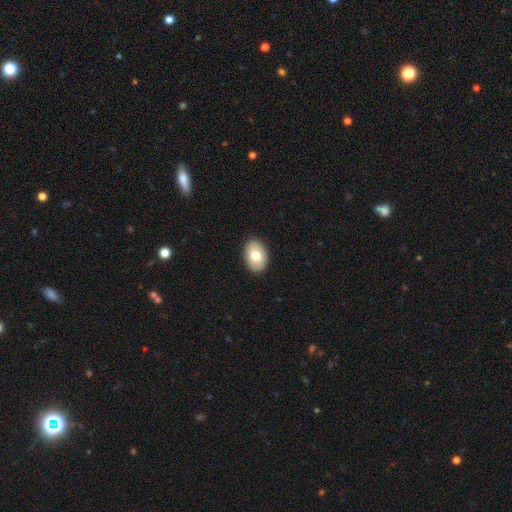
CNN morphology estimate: This is likely a smooth galaxy (76%). How rounded: clearly in between (84%). Merging: clearly none (90%).